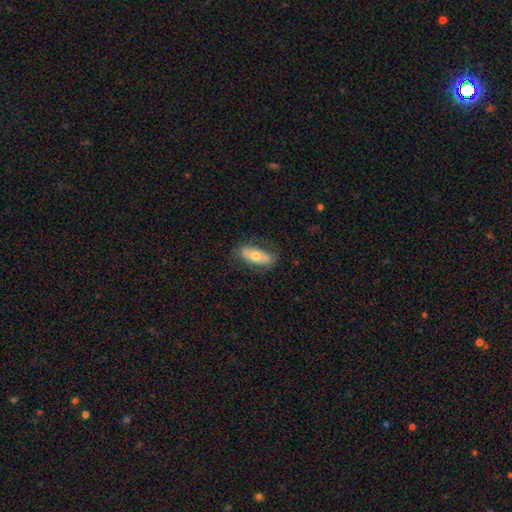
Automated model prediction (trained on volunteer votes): A smooth galaxy with no disk features (57%) that is in between round and cigar-shaped (79%).

Vote fractions:
- Smooth or featured? smooth: 57% / featured or disk: 36% / star or artifact: 6%
- How rounded? in between: 79% / cigar-shaped: 18% / round: 3%
- Merging? none: 76% / minor disturbance: 17% / major disturbance: 5% / merger: 1%